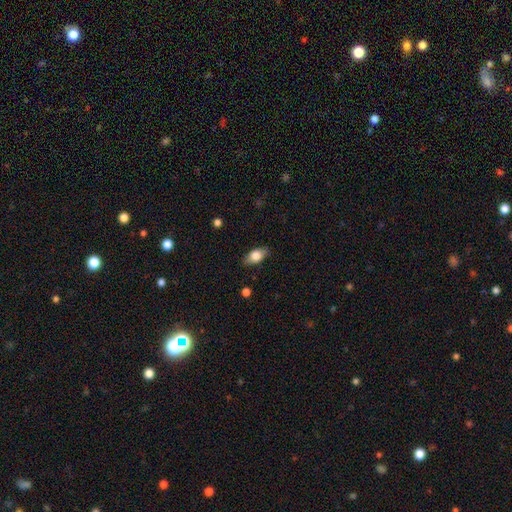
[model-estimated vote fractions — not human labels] A smooth galaxy with no disk features (79%) that is in between round and cigar-shaped (88%).

Vote fractions:
- Smooth or featured? smooth: 79% / featured or disk: 14% / star or artifact: 7%
- How rounded? in between: 88% / cigar-shaped: 6% / round: 6%
- Merging? none: 85% / minor disturbance: 12% / major disturbance: 3% / merger: 1%